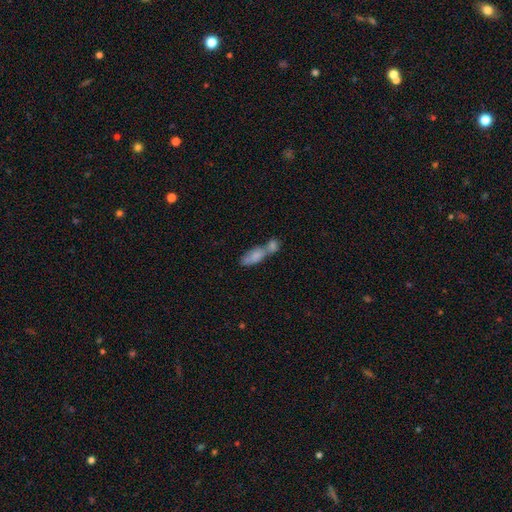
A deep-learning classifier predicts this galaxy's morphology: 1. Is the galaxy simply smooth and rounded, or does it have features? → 73% smooth, 20% featured or disk, 8% star or artifact.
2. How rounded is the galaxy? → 63% in between, 33% cigar-shaped, 4% round.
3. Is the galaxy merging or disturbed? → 66% merger, 19% none, 9% minor disturbance, 6% major disturbance.